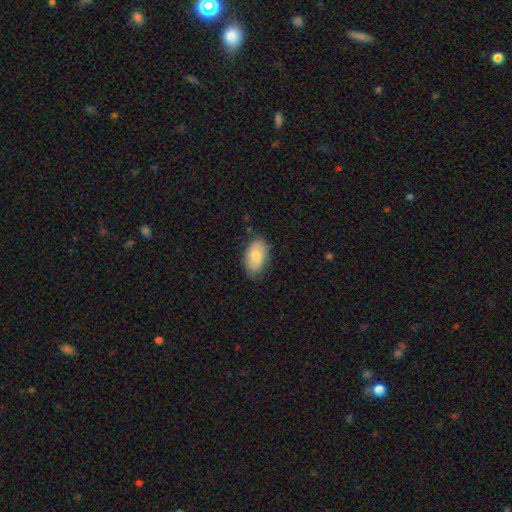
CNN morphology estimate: This appears to be a smooth galaxy with no disk features (76%) that is in between round and cigar-shaped (93%). Merging: none (78%).